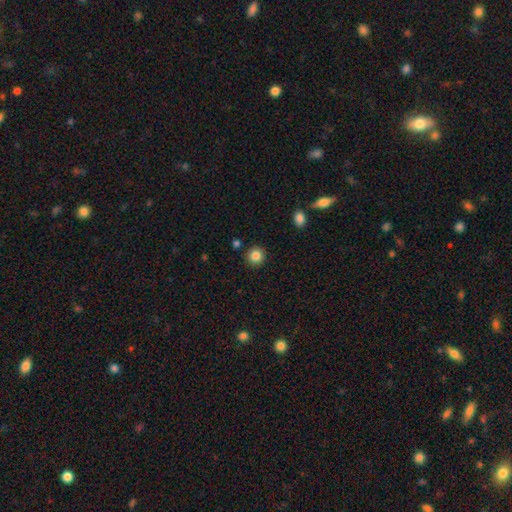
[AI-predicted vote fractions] This appears to be a smooth galaxy with no disk features (84%) that is round (92%). Merging: none (90%).